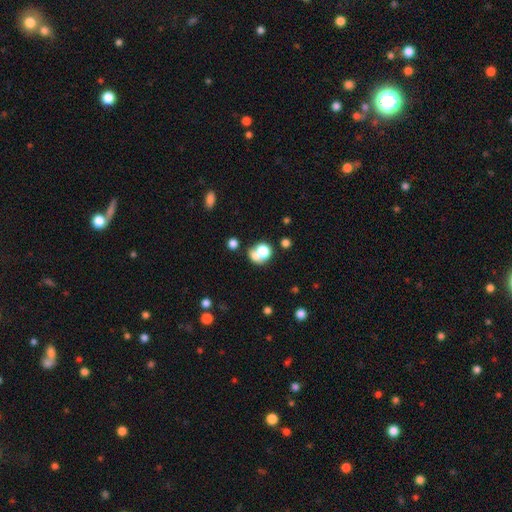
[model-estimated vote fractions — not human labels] Smooth or featured? smooth (70%)
How rounded? round (70%)
Merging? merger (45%)